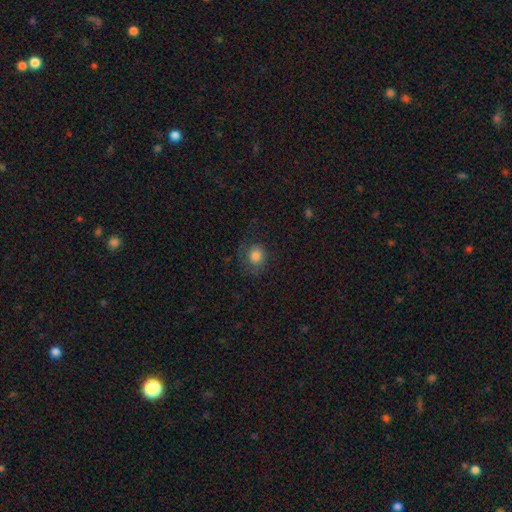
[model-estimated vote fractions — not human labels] Morphology: type=smooth (78%); roundness=round (80%); merging=none (67%).